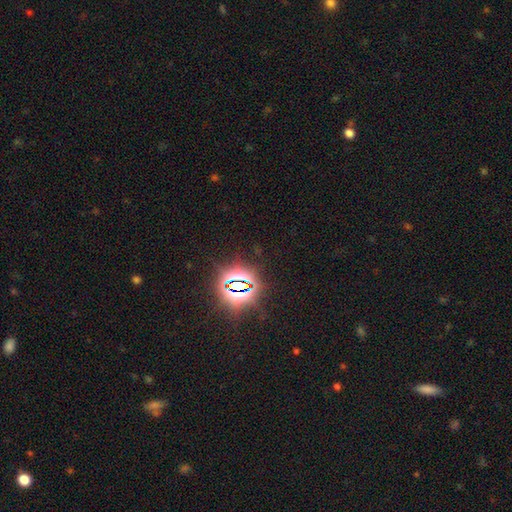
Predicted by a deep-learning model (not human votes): A star or artifact, not a galaxy (81%).